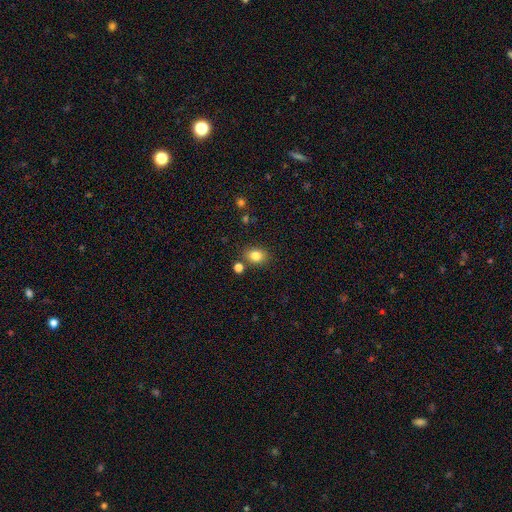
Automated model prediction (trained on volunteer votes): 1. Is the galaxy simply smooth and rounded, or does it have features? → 83% smooth, 11% star or artifact, 7% featured or disk.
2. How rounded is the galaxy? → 57% in between, 42% round, 1% cigar-shaped.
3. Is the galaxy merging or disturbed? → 80% none, 10% minor disturbance, 7% merger, 3% major disturbance.